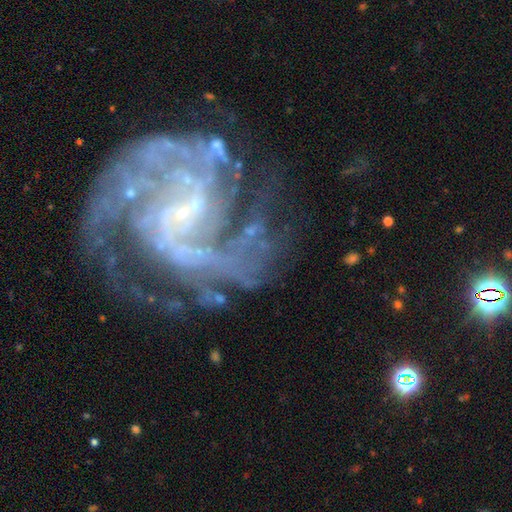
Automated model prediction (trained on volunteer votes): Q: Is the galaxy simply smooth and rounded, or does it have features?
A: featured or disk — 90%.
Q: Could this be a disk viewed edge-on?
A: no — 98%.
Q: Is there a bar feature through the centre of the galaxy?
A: no — 44%.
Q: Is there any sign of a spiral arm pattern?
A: yes — 97%.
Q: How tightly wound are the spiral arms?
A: medium — 49%.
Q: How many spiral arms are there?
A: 2 — 40%.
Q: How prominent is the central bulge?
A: small — 79%.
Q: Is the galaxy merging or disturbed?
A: none — 59%.